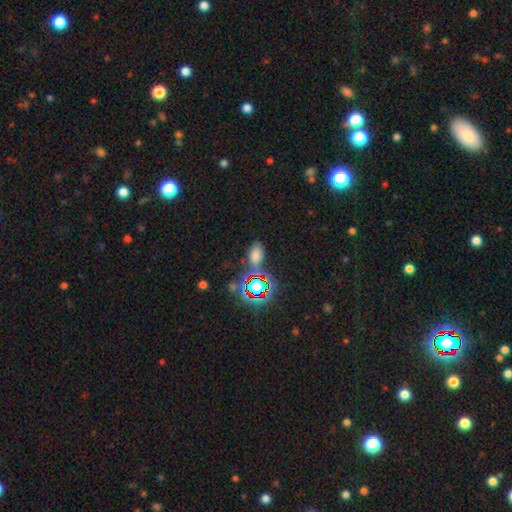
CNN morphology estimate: Overall: smooth (63%; star or artifact 29%). How rounded: in between (87%). Merging: none (65%).